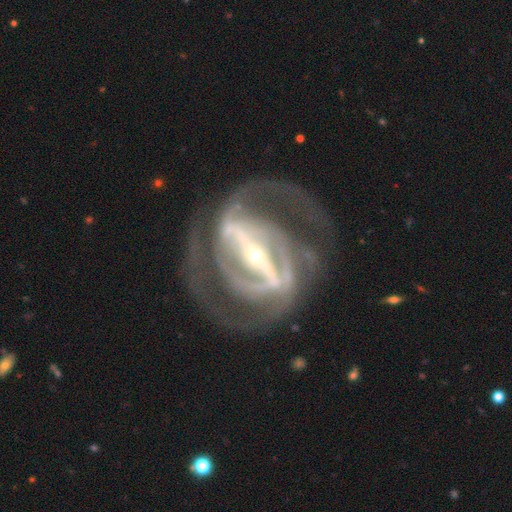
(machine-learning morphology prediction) Smooth or featured? Predicted: featured or disk (p=0.92). Edge-on disk? Predicted: no (p=0.94). Bar? Predicted: strong (p=0.85). Spiral arms? Predicted: yes (p=0.92). Spiral winding? Predicted: tight (p=0.45). Spiral arm count? Predicted: 2 (p=0.55). Bulge size? Predicted: small (p=0.81). Merging? Predicted: none (p=0.65).